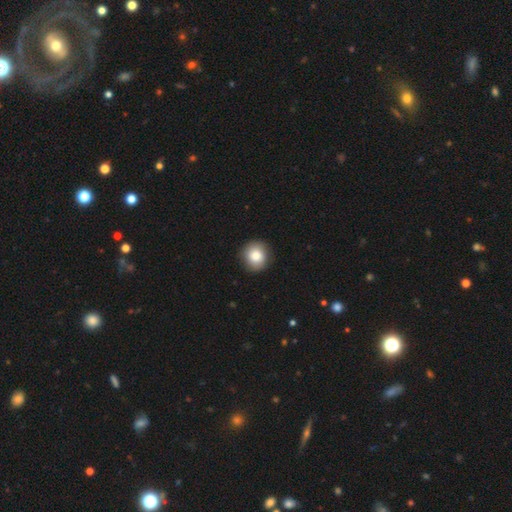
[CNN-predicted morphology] Smooth or featured: smooth — 82% (featured or disk — 9%)
How rounded: round — 88% (in between — 11%)
Merging: none — 89% (minor disturbance — 8%)